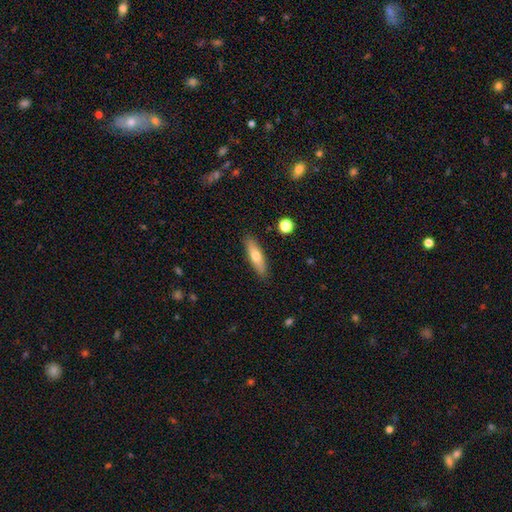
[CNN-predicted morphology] A smooth galaxy with no disk features (64%) that is cigar-shaped (61%). Merging: none (88%).